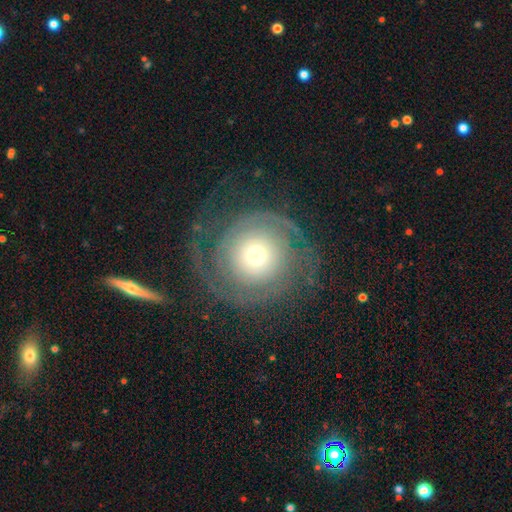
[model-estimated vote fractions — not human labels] Overall: featured or disk (73%). Edge-on disk: no (97%). Bar: no (84%). Spiral arms: yes (86%). Spiral arm count: 2 (48%; can't tell 26%). Spiral winding: tight (66%). Bulge size: moderate (52%; small 35%). Merging: none (68%).